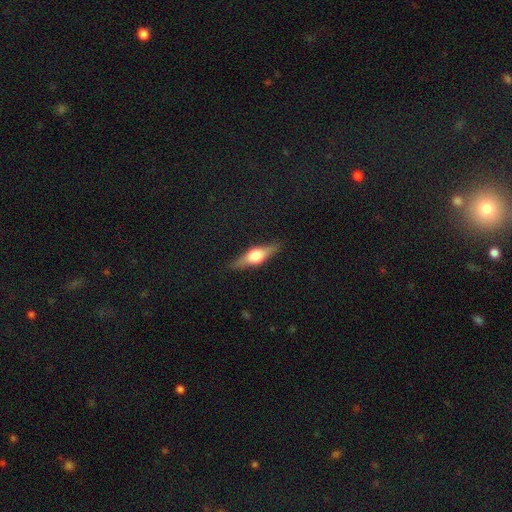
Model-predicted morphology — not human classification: smooth_or_featured: featured or disk (p=0.63) [alt: smooth p=0.30]
disk_edge_on: yes (p=0.95) [alt: no p=0.05]
edge_on_bulge: rounded (p=0.93) [alt: boxy p=0.05]
merging: none (p=0.87) [alt: minor disturbance p=0.09]